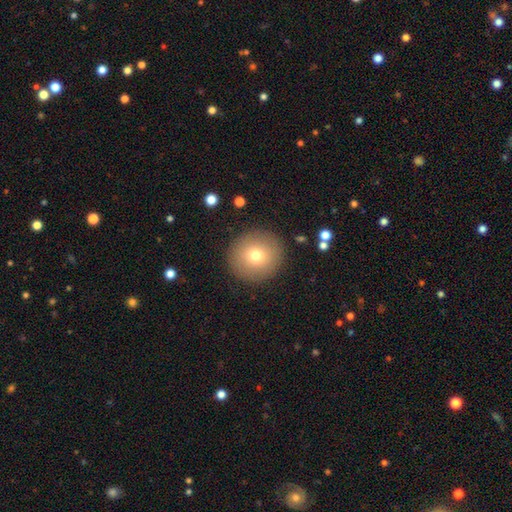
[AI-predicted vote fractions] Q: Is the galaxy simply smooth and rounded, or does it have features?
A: smooth — 74%.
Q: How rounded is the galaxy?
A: round — 95%.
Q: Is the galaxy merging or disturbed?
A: none — 90%.